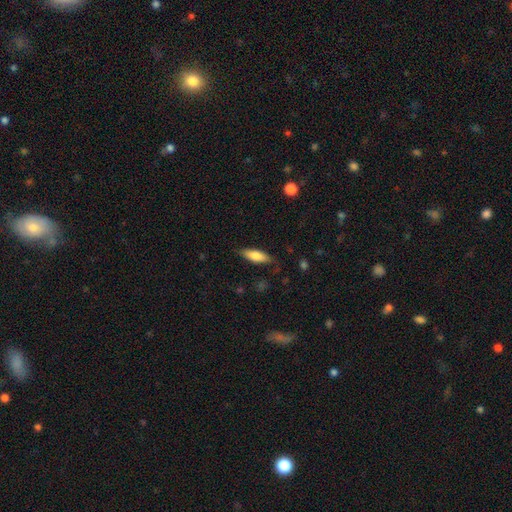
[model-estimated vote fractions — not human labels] This is likely a smooth galaxy (76%). How rounded: possibly in between (57%). Merging: clearly none (80%).